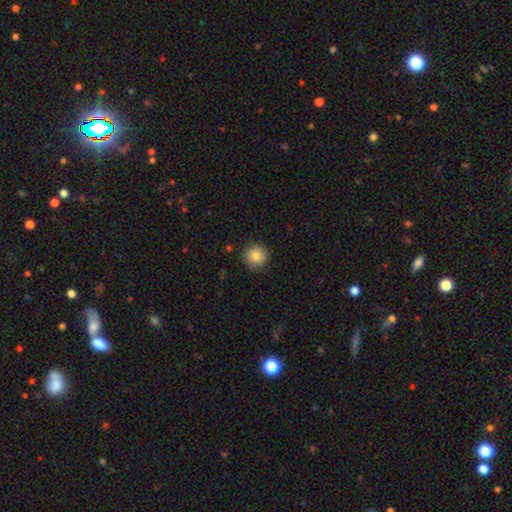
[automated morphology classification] Smooth or featured?
  - smooth: 84% *
  - star or artifact: 9%
  - featured or disk: 7%
How rounded?
  - round: 95% *
  - in between: 4%
  - cigar-shaped: 1%
Merging?
  - none: 88% *
  - minor disturbance: 9%
  - major disturbance: 2%
  - merger: 1%